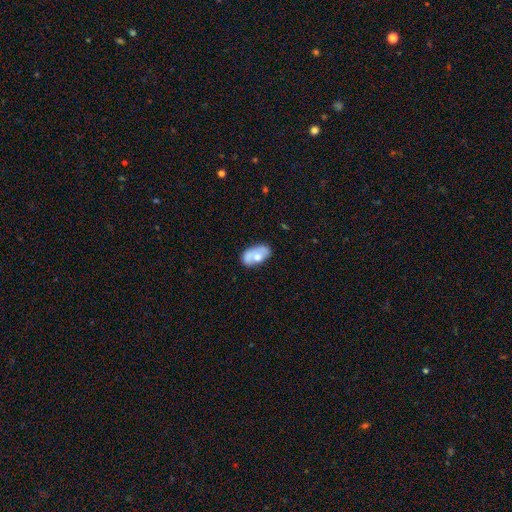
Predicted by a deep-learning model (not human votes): A smooth galaxy with no disk features (59%) that is in between round and cigar-shaped (92%). Merging: none (49%).